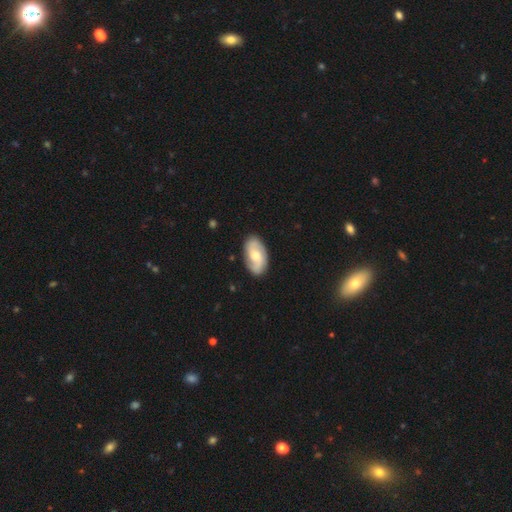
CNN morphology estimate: The model was most divided on "spiral winding": medium: 41%, loose: 31%, tight: 28%. More confident: edge-on disk — no (95%); spiral arms — yes (88%); merging — none (84%); spiral arm count — 2 (79%); smooth or featured — featured or disk (62%); bulge size — moderate (61%); bar — no (58%).